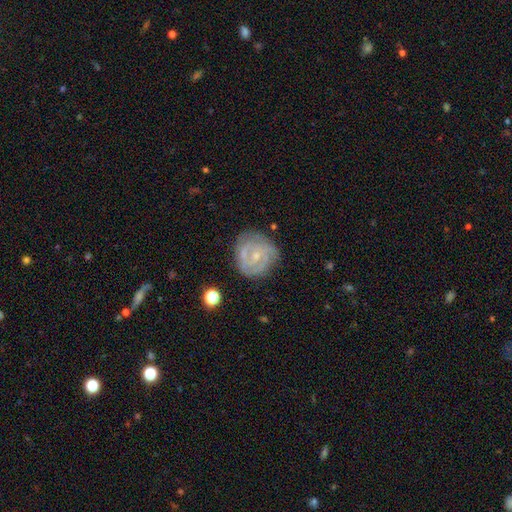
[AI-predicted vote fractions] The model was most divided on "spiral arm count": 2: 38%, 3: 25%, can't tell: 22%, 4: 6%, 1: 4%, more than 4: 4%. More confident: edge-on disk — no (98%); spiral arms — yes (94%); smooth or featured — featured or disk (82%); merging — none (74%); bulge size — small (71%); spiral winding — tight (66%); bar — no (55%).